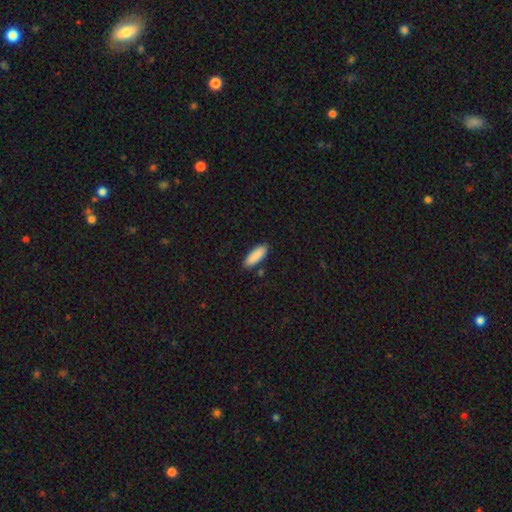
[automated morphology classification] Smooth or featured? Predicted: smooth (p=0.90). How rounded? Predicted: in between (p=0.63). Merging? Predicted: none (p=0.86).